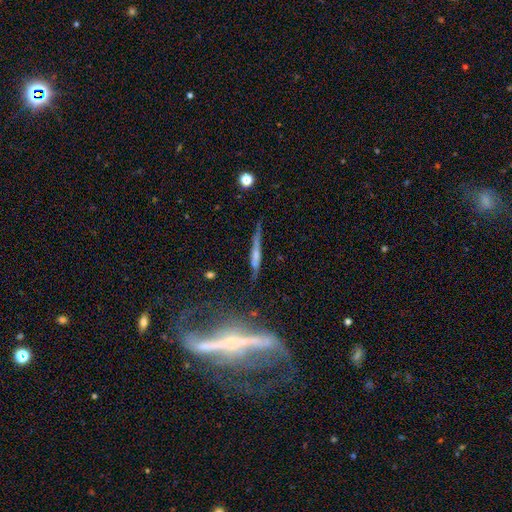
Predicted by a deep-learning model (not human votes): Smooth or featured?
  - featured or disk: 53% *
  - smooth: 36%
  - star or artifact: 10%
Edge-on disk?
  - yes: 89% *
  - no: 11%
Merging?
  - none: 68% *
  - minor disturbance: 21%
  - major disturbance: 7%
  - merger: 4%